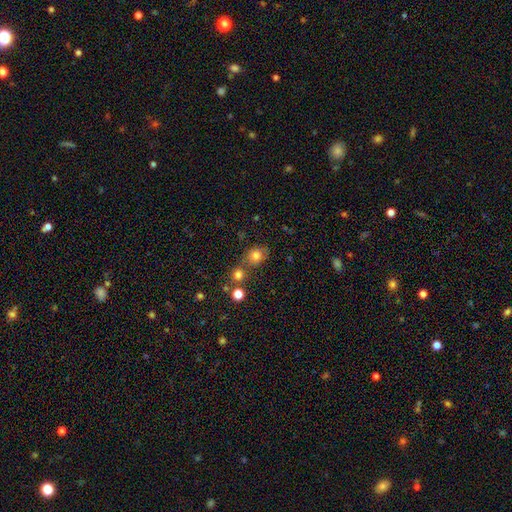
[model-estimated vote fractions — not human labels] Overall: smooth (79%). How rounded: round (70%). Merging: none (58%; merger 24%).